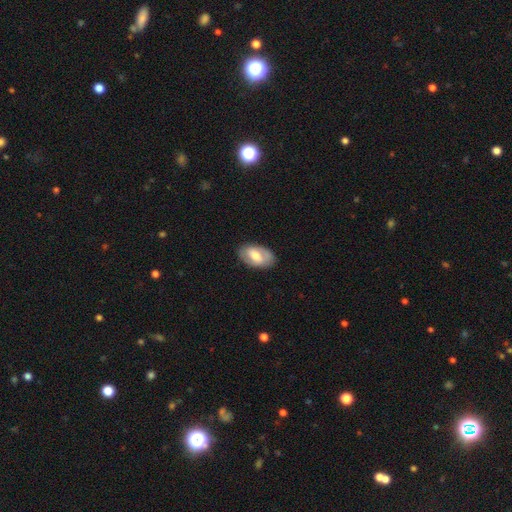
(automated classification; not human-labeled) smooth-or-featured: smooth: 53% | featured or disk: 41% | star or artifact: 6%
  how-rounded: in between: 93% | round: 5% | cigar-shaped: 2%
  merging: none: 83% | minor disturbance: 12% | major disturbance: 3% | merger: 1%